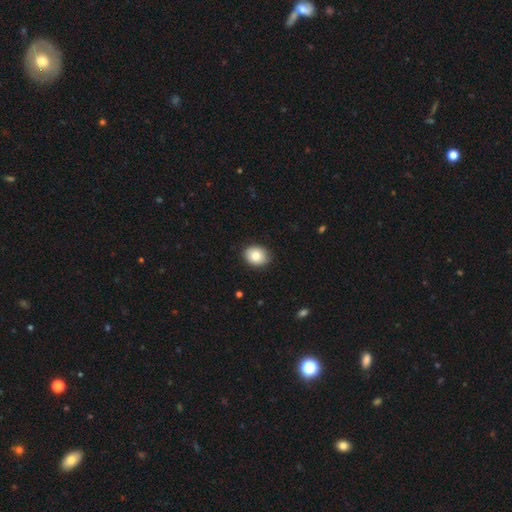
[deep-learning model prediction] Smooth or featured: smooth — 82% (featured or disk — 10%)
How rounded: round — 55% (in between — 44%)
Merging: none — 87% (minor disturbance — 10%)